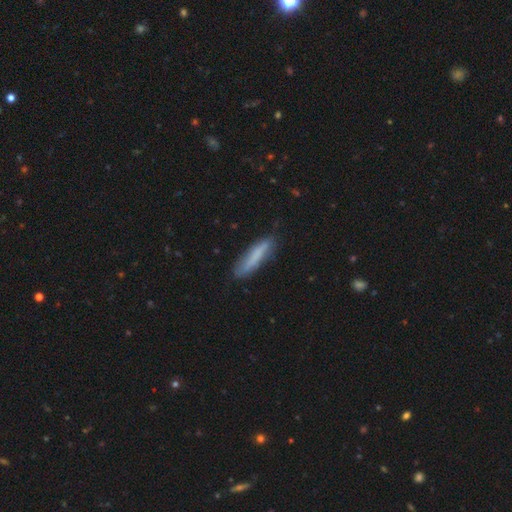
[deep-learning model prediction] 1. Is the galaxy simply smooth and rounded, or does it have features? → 69% smooth, 24% featured or disk, 7% star or artifact.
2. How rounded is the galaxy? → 84% cigar-shaped, 14% in between, 1% round.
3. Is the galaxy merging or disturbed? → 76% none, 18% minor disturbance, 4% major disturbance, 2% merger.